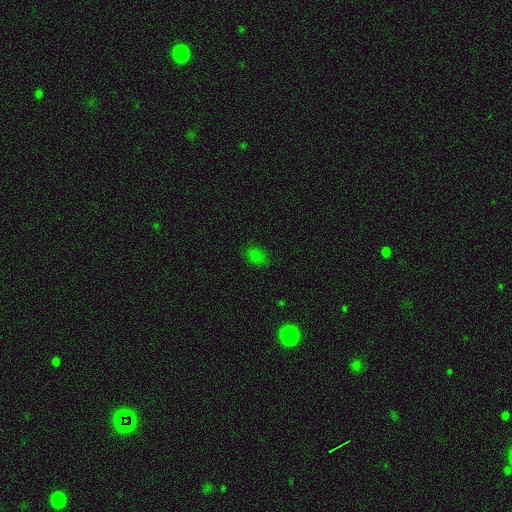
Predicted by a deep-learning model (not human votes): A smooth galaxy with no disk features (75%) that is in between round and cigar-shaped (72%).

Vote fractions:
- Smooth or featured? smooth: 75% / star or artifact: 20% / featured or disk: 5%
- How rounded? in between: 72% / round: 26% / cigar-shaped: 2%
- Merging? none: 78% / minor disturbance: 16% / major disturbance: 4% / merger: 2%